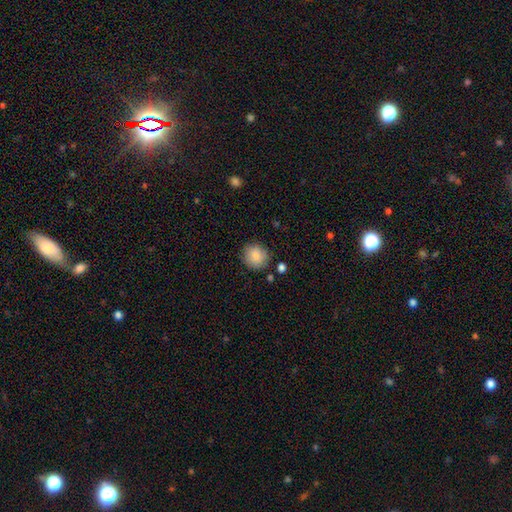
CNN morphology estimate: smooth_or_featured: smooth (p=0.87) [alt: star or artifact p=0.08]
how_rounded: round (p=0.87) [alt: in between p=0.12]
merging: none (p=0.82) [alt: minor disturbance p=0.12]